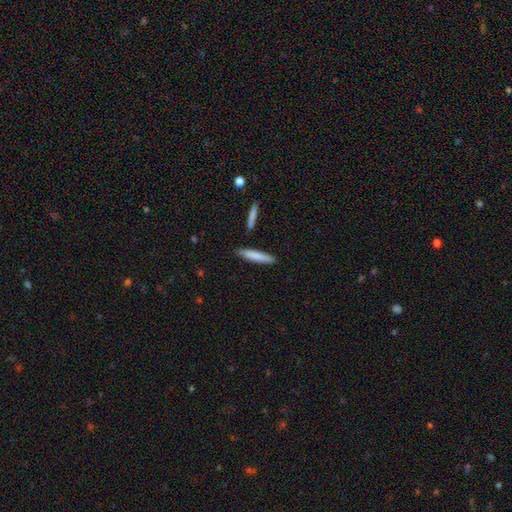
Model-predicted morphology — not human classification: A smooth galaxy with no disk features (80%) that is cigar-shaped (88%).

Vote fractions:
- Smooth or featured? smooth: 80% / featured or disk: 15% / star or artifact: 6%
- How rounded? cigar-shaped: 88% / in between: 10% / round: 1%
- Merging? none: 85% / minor disturbance: 10% / merger: 4% / major disturbance: 2%